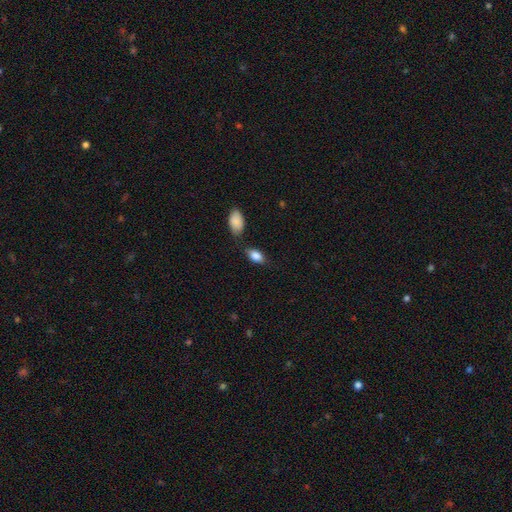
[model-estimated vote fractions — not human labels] smooth 85%, featured or disk 7%, star or artifact 7%. Down the decision tree: how rounded — in between (90%); merging — none (67%).